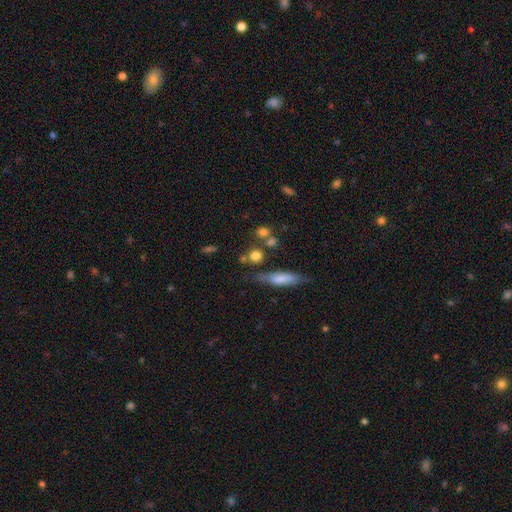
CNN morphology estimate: Overall: smooth (76%). How rounded: round (75%). Merging: none (63%).